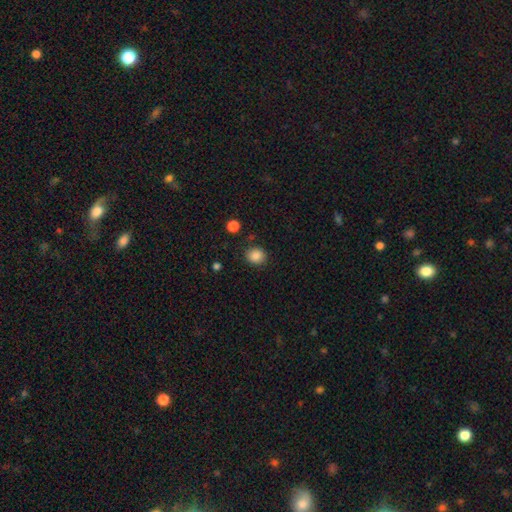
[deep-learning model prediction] A smooth galaxy with no disk features (86%) that is round (78%). Merging: none (87%).